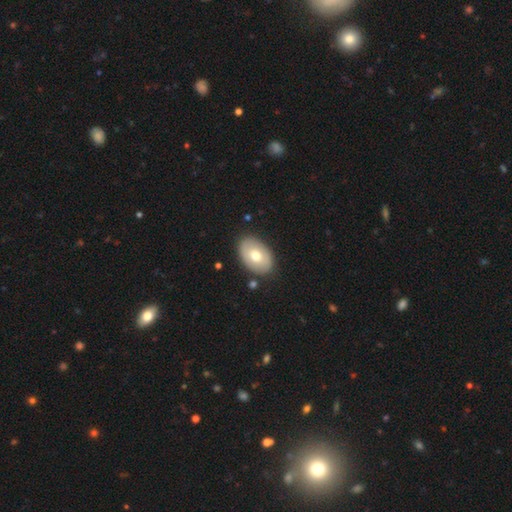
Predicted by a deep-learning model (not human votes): Smooth or featured? Predicted: smooth (p=0.64). How rounded? Predicted: in between (p=0.87). Merging? Predicted: none (p=0.85).